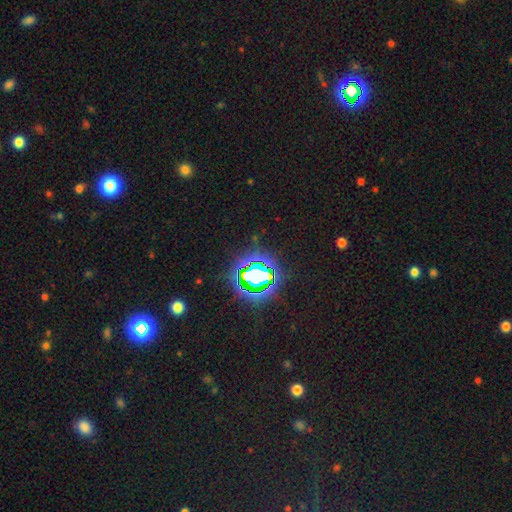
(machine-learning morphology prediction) smooth-or-featured: star or artifact: 77% | smooth: 14% | featured or disk: 9%